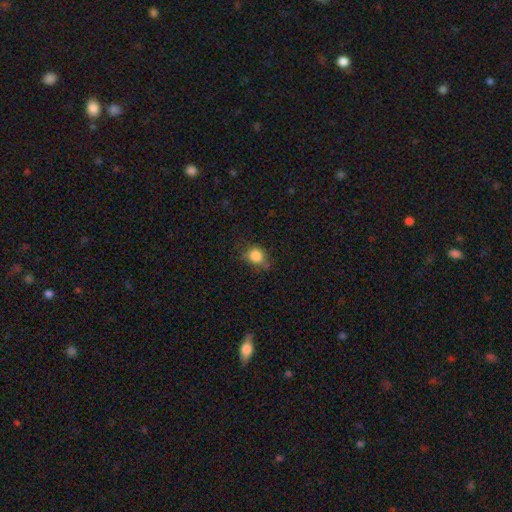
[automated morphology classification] A smooth galaxy with no disk features (83%) that is round (63%). Merging: none (61%).